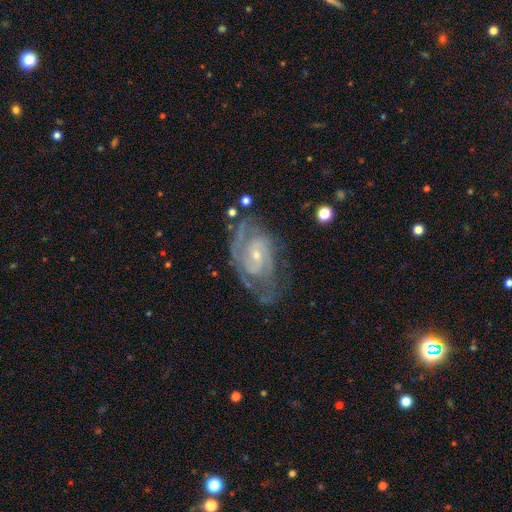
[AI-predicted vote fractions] smooth_or_featured: featured or disk (p=0.83) [alt: star or artifact p=0.09]
disk_edge_on: no (p=0.96) [alt: yes p=0.04]
bar: no (p=0.52) [alt: weak p=0.38]
has_spiral_arms: yes (p=0.95) [alt: no p=0.05]
spiral_winding: tight (p=0.55) [alt: medium p=0.37]
spiral_arm_count: 2 (p=0.47) [alt: can't tell p=0.24]
bulge_size: small (p=0.72) [alt: moderate p=0.23]
merging: none (p=0.69) [alt: minor disturbance p=0.19]